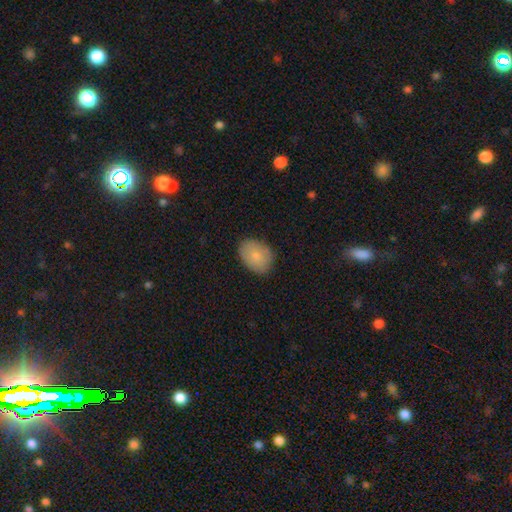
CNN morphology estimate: smooth-or-featured: smooth: 82% | featured or disk: 11% | star or artifact: 7%
  how-rounded: in between: 71% | round: 28% | cigar-shaped: 1%
  merging: none: 83% | minor disturbance: 13% | major disturbance: 3% | merger: 1%